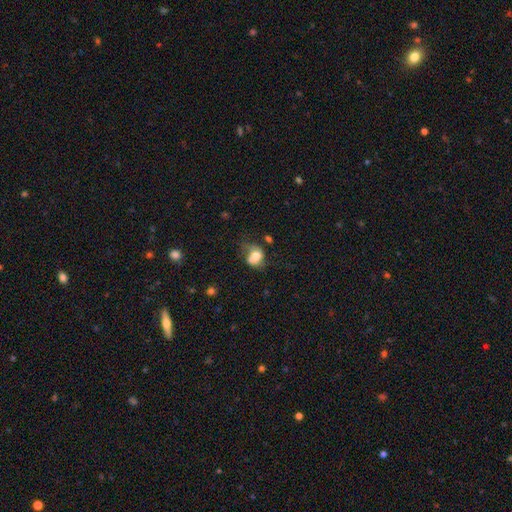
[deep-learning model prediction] smooth 68%, featured or disk 22%, star or artifact 10%. Down the decision tree: how rounded — round (55%); merging — merger (33%).